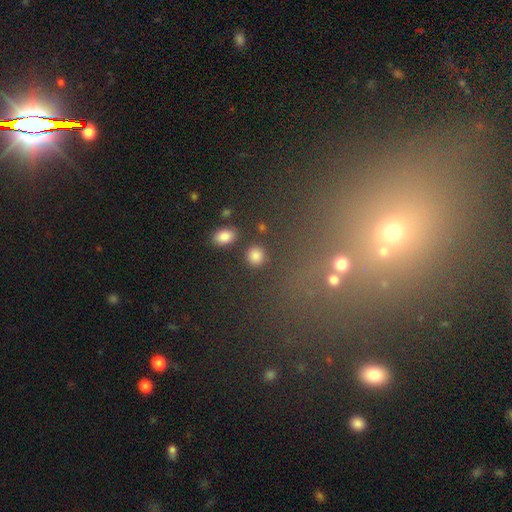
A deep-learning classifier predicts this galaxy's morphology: smooth 84%, star or artifact 11%, featured or disk 5%. Down the decision tree: how rounded — round (81%); merging — none (86%).